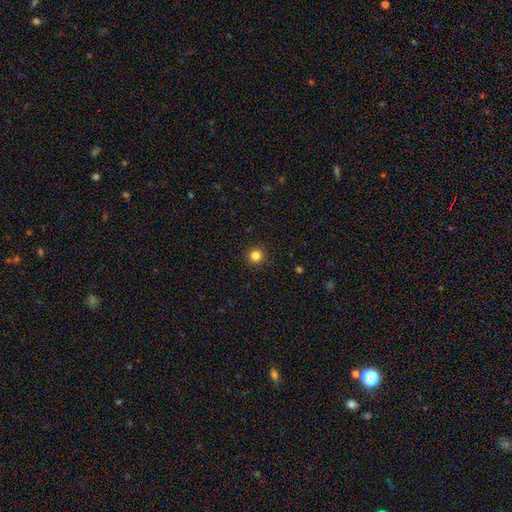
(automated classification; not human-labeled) Smooth or featured: smooth — 84% (star or artifact — 12%)
How rounded: round — 95% (in between — 4%)
Merging: none — 93% (minor disturbance — 5%)